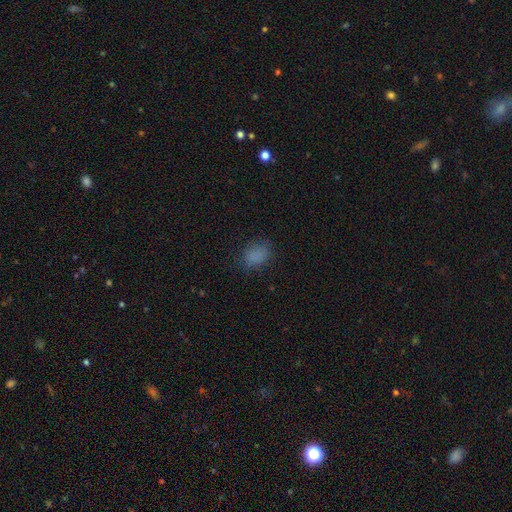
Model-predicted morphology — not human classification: type=smooth (82%); roundness=in between (65%); merging=none (76%).